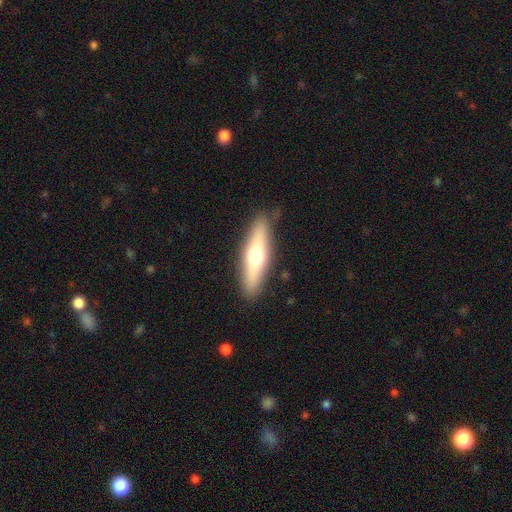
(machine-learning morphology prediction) Smooth or featured? smooth (51%)
How rounded? cigar-shaped (68%)
Merging? none (85%)